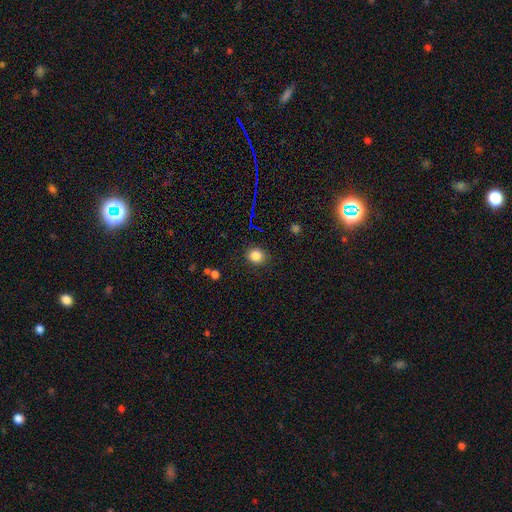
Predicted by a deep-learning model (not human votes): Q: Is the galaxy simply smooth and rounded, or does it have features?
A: smooth — 82%.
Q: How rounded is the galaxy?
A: round — 74%.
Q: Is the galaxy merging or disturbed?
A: none — 87%.